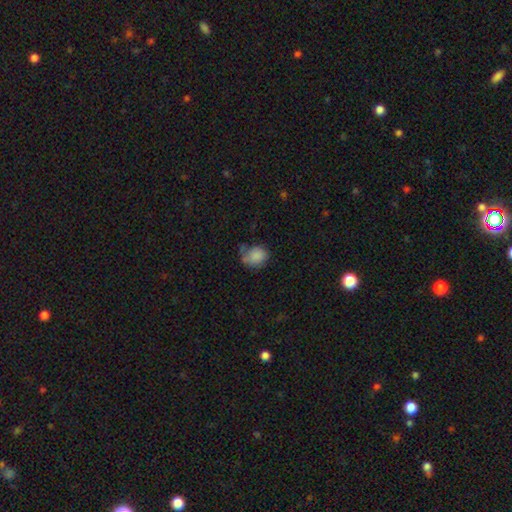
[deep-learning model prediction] Smooth or featured? smooth (80%)
How rounded? round (54%)
Merging? none (44%)